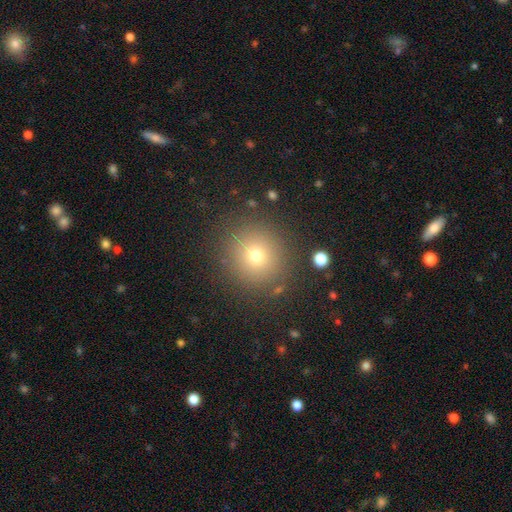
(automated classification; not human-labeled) smooth_or_featured: smooth (p=0.72) [alt: star or artifact p=0.17]
how_rounded: round (p=0.93) [alt: in between p=0.06]
merging: none (p=0.87) [alt: minor disturbance p=0.07]